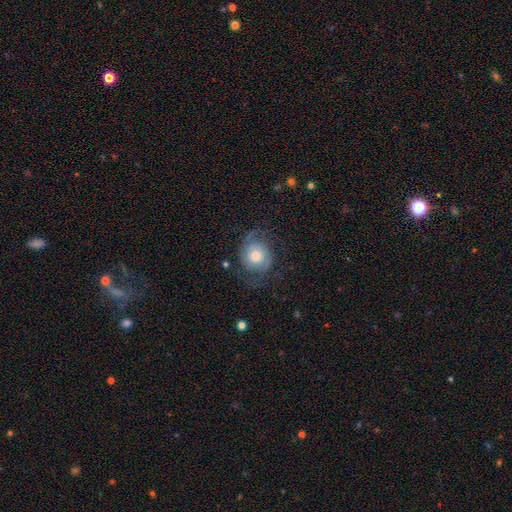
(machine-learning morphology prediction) A featured or disk galaxy (60%) with no bar (76%), 2 (81%) medium (44%) spiral arms (87%) and a moderate central bulge (58%).

Vote fractions:
- Smooth or featured? featured or disk: 60% / smooth: 32% / star or artifact: 8%
- Edge-on disk? no: 97% / yes: 3%
- Bar? no: 76% / weak: 20% / strong: 4%
- Spiral arms? yes: 87% / no: 13%
- Spiral winding? medium: 44% / loose: 29% / tight: 27%
- Spiral arm count? 2: 81% / can't tell: 9% / 1: 4% / 3: 3% / 4: 1% / more than 4: 1%
- Bulge size? moderate: 58% / large: 22% / small: 15% / dominant: 3% / none: 3%
- Merging? none: 62% / minor disturbance: 20% / major disturbance: 17% / merger: 2%